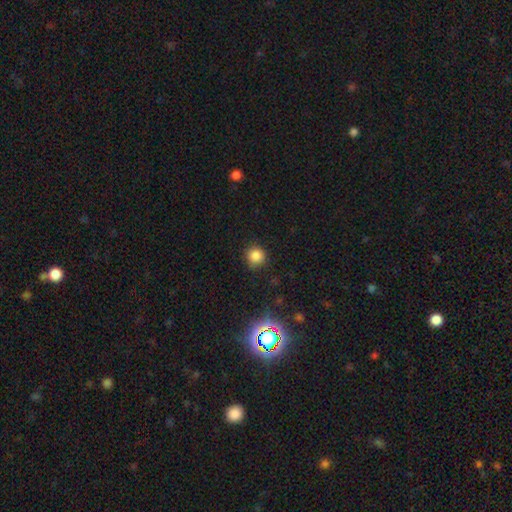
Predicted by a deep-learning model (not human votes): This is clearly a smooth galaxy (82%). How rounded: clearly round (92%). Merging: clearly none (85%).